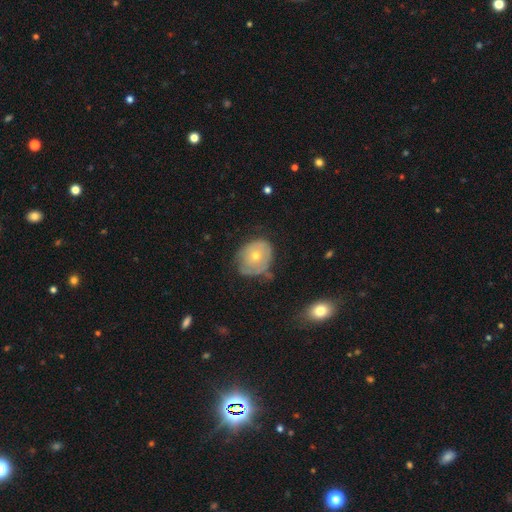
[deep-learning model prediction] A featured or disk galaxy (49%).

Vote fractions:
- Smooth or featured? featured or disk: 49% / smooth: 42% / star or artifact: 9%
- Merging? none: 55% / minor disturbance: 30% / major disturbance: 11% / merger: 4%